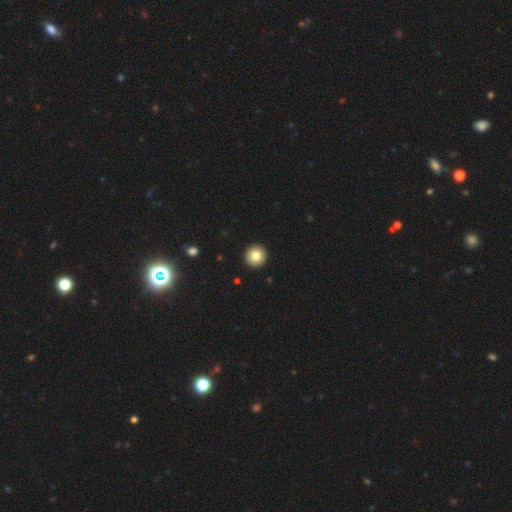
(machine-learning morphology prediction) A smooth galaxy with no disk features (82%) that is round (96%). Merging: none (94%).